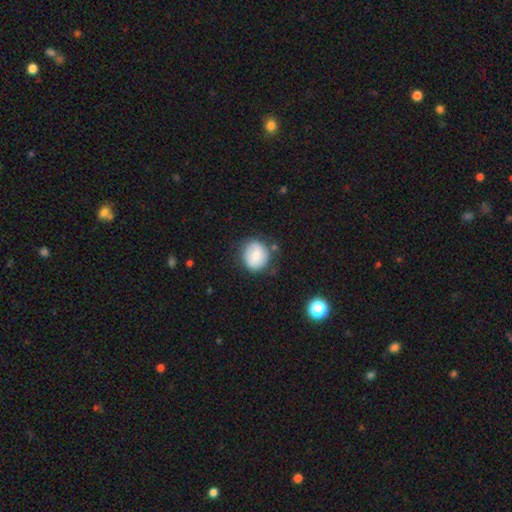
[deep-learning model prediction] This is likely a smooth galaxy (65%). How rounded: clearly round (81%). Merging: likely none (74%).